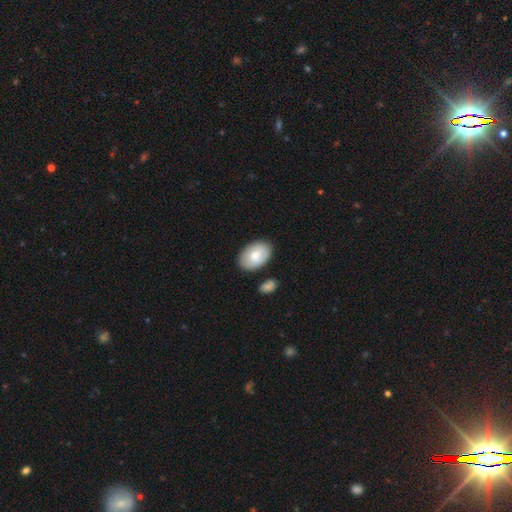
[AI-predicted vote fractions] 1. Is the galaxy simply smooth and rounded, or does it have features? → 75% smooth, 19% featured or disk, 5% star or artifact.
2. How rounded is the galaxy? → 90% in between, 9% round, 1% cigar-shaped.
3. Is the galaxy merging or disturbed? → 80% none, 12% minor disturbance, 5% merger, 3% major disturbance.